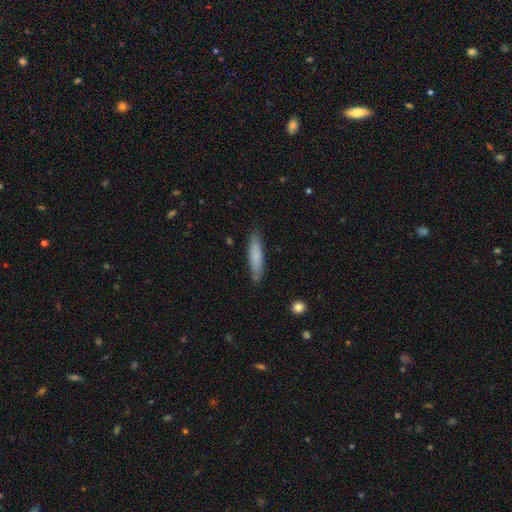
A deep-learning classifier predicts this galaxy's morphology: The model was most divided on "smooth or featured": smooth: 77%, featured or disk: 16%, star or artifact: 6%. More confident: merging — none (85%); how rounded — cigar-shaped (84%).